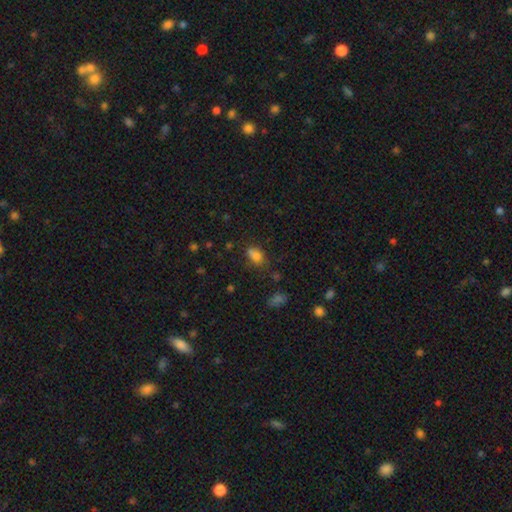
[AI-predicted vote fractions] Morphology: type=smooth (75%); roundness=in between (71%); merging=none (49%).